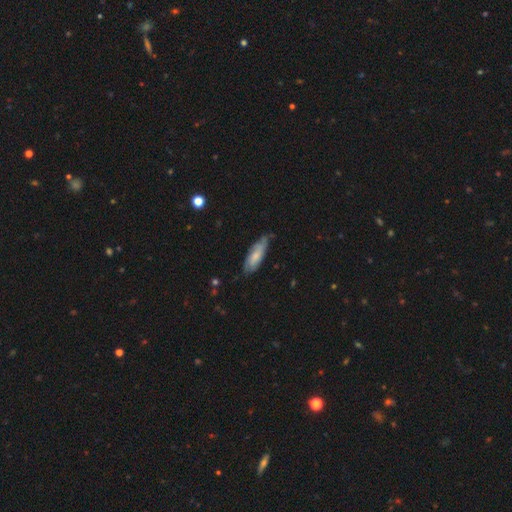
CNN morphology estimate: Q: Smooth or featured?
A: smooth (57%); runner-up: featured or disk (37%)
Q: How rounded?
A: in between (56%); runner-up: cigar-shaped (43%)
Q: Merging?
A: none (60%); runner-up: minor disturbance (32%)